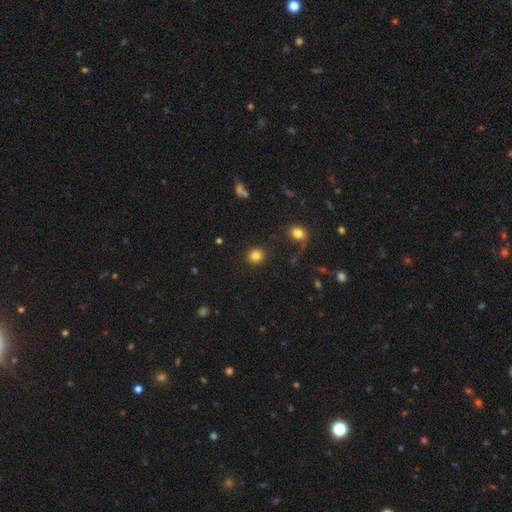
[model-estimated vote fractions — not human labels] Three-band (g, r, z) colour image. It shows a smooth galaxy with no disk features (83%) that is round (87%). Merging: none (89%).